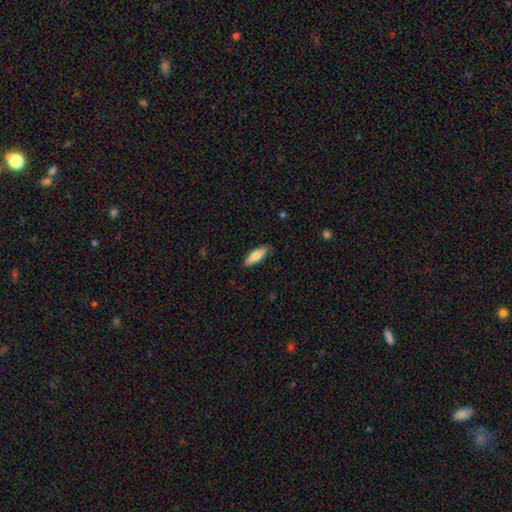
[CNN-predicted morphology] smooth_or_featured: smooth (p=0.77) [alt: featured or disk p=0.17]
how_rounded: in between (p=0.55) [alt: cigar-shaped p=0.43]
merging: none (p=0.84) [alt: minor disturbance p=0.13]